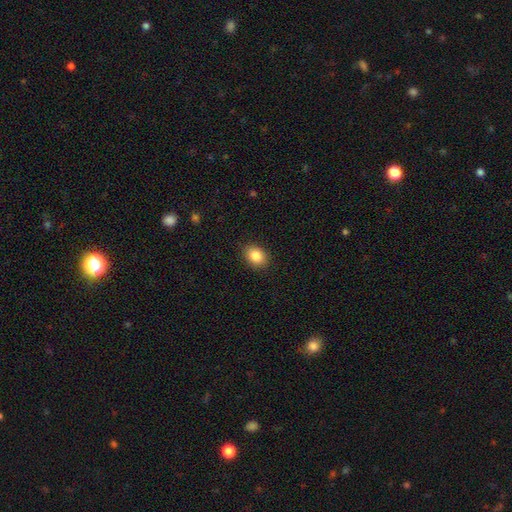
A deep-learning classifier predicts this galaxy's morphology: type=smooth (87%); roundness=in between (65%); merging=none (88%).